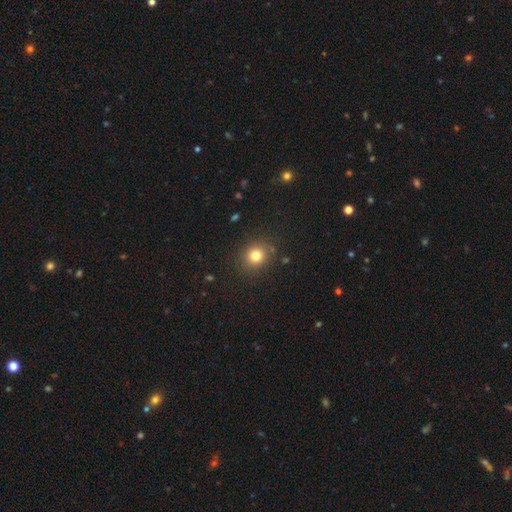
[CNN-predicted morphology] The model was most divided on "how rounded": round: 78%, in between: 21%, cigar-shaped: 1%. More confident: merging — none (86%); smooth or featured — smooth (79%).